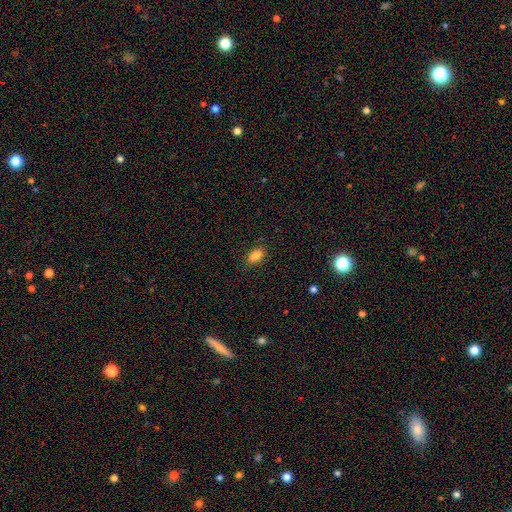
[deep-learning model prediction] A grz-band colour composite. It shows a smooth galaxy with no disk features (86%) that is in between round and cigar-shaped (90%). Merging: none (86%).